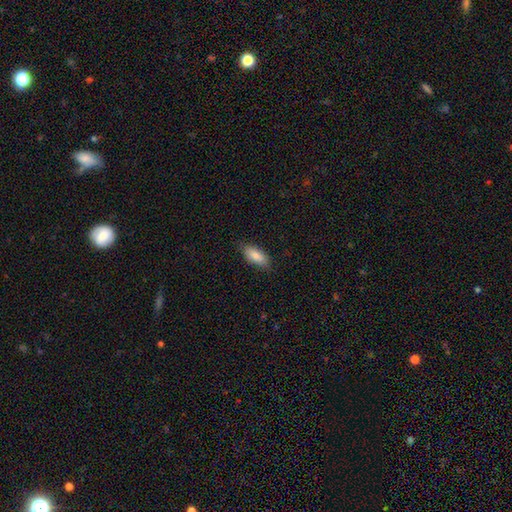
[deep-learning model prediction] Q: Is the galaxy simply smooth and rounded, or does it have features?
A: smooth — 84%.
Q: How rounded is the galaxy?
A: in between — 85%.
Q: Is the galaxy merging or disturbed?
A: none — 80%.